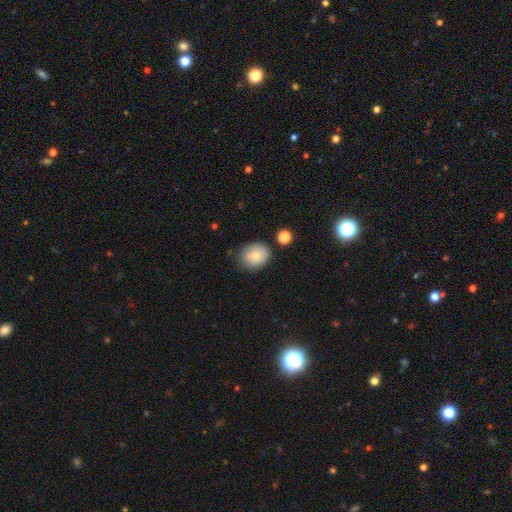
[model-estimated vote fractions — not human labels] Smooth or featured?
  - smooth: 78% *
  - featured or disk: 13%
  - star or artifact: 9%
How rounded?
  - round: 52% *
  - in between: 47%
  - cigar-shaped: 1%
Merging?
  - none: 69% *
  - minor disturbance: 20%
  - merger: 7%
  - major disturbance: 4%